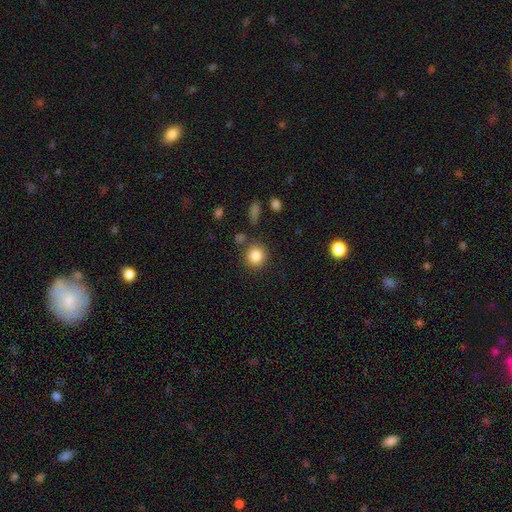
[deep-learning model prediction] Morphology: type=smooth (85%); roundness=round (89%); merging=none (82%).